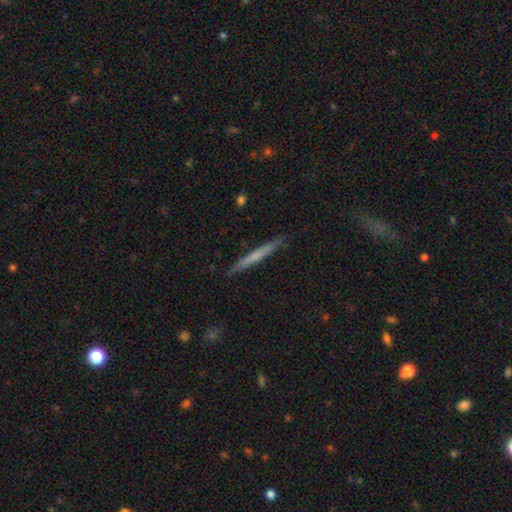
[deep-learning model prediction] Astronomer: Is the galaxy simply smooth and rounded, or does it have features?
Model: smooth — 53% (runner-up: featured or disk, 41%).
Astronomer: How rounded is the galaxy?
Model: cigar-shaped — 96%.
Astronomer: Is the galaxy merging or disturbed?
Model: none — 90%.